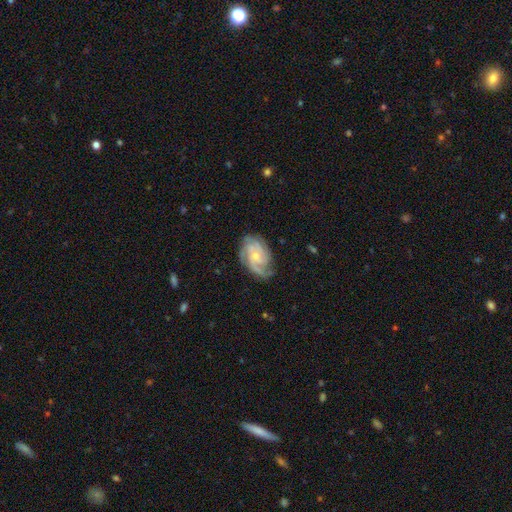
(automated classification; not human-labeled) A featured or disk galaxy (87%) with no bar (71%), 3 (38%) tight (55%) spiral arms (97%) and a small central bulge (63%).

Vote fractions:
- Smooth or featured? featured or disk: 87% / smooth: 8% / star or artifact: 5%
- Edge-on disk? no: 97% / yes: 3%
- Bar? no: 71% / weak: 25% / strong: 4%
- Spiral arms? yes: 97% / no: 3%
- Spiral winding? tight: 55% / medium: 36% / loose: 8%
- Spiral arm count? 3: 38% / 4: 18% / can't tell: 18% / 2: 16% / more than 4: 6% / 1: 6%
- Bulge size? small: 63% / moderate: 33% / none: 2% / large: 1% / dominant: 1%
- Merging? none: 72% / minor disturbance: 20% / major disturbance: 7% / merger: 1%